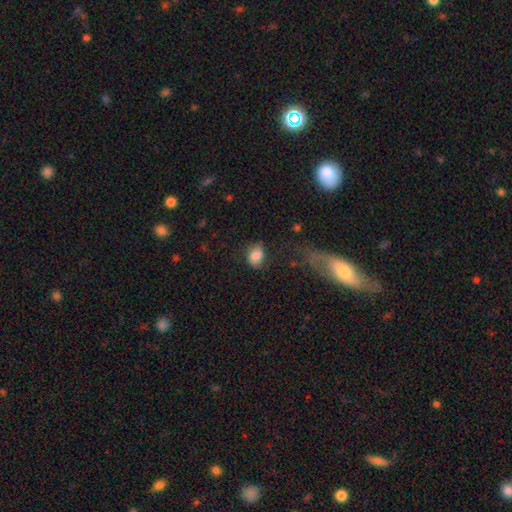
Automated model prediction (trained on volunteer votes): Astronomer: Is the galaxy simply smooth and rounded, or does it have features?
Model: smooth — 78%.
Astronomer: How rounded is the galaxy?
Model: in between — 63%.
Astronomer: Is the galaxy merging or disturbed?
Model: none — 65%.